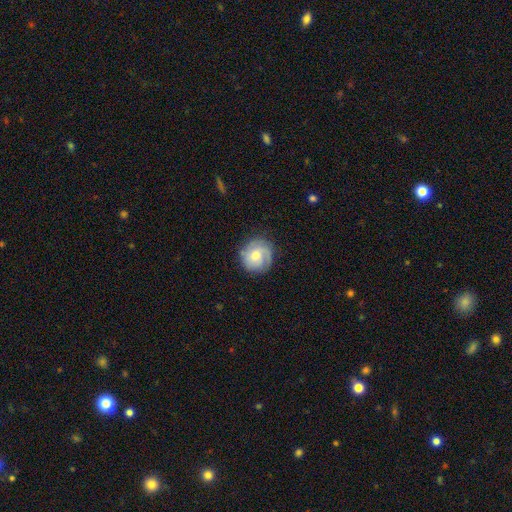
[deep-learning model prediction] This appears to be a featured or disk galaxy (58%) with no bar (74%), spiral arms (88%) and a moderate central bulge (58%). Merging: none (78%).